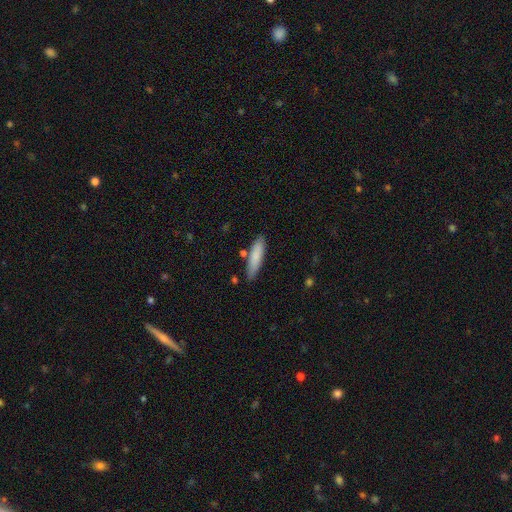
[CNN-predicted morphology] smooth 82%, featured or disk 12%, star or artifact 6%. Down the decision tree: how rounded — cigar-shaped (74%); merging — none (79%).